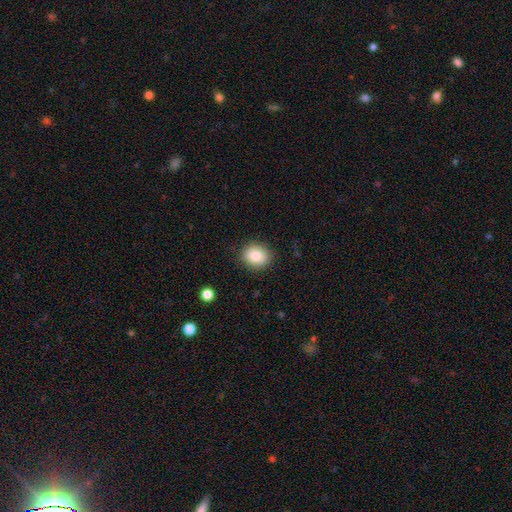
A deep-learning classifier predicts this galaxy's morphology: smooth 82%, featured or disk 9%, star or artifact 9%. Down the decision tree: how rounded — round (71%); merging — none (87%).